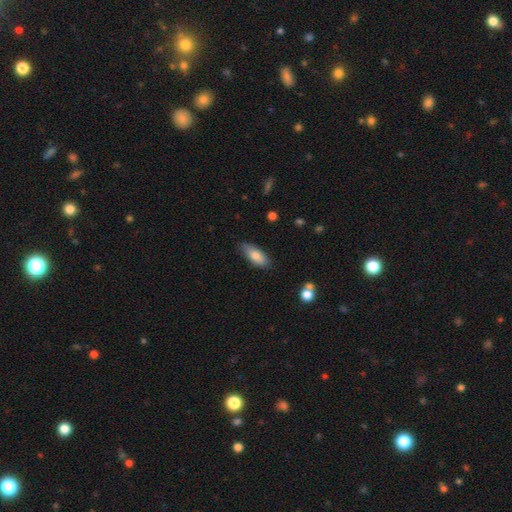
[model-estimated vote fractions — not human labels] Morphology: type=smooth (78%); roundness=in between (78%); merging=none (78%).